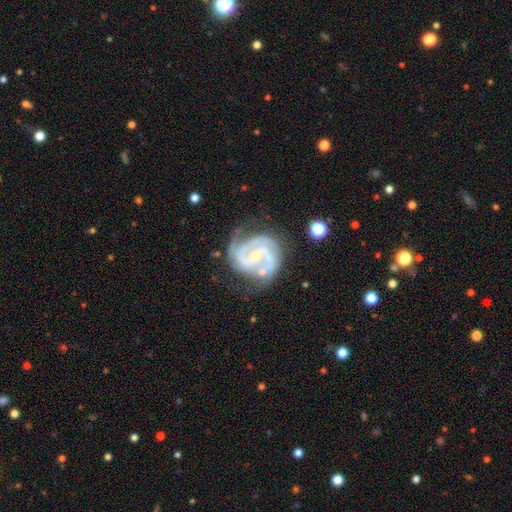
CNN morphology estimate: type=featured or disk (91%); edge-on=no (98%); bar=weak (44%); spiral arms=yes (98%); winding=tight (48%); arm count=2 (59%); bulge=small (66%); merging=none (59%).